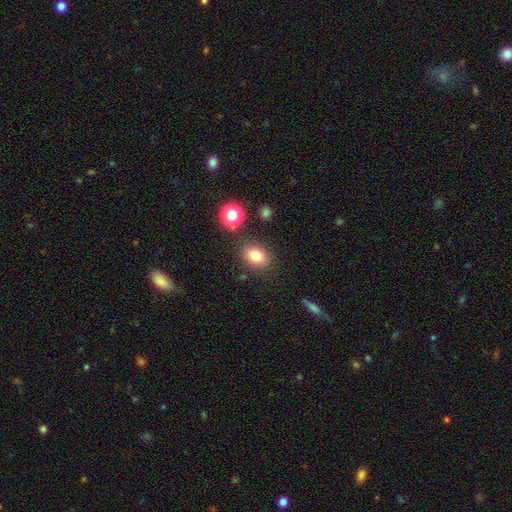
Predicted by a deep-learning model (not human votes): A smooth galaxy with no disk features (80%) that is in between round and cigar-shaped (60%).

Vote fractions:
- Smooth or featured? smooth: 80% / star or artifact: 12% / featured or disk: 8%
- How rounded? in between: 60% / round: 39% / cigar-shaped: 1%
- Merging? none: 82% / minor disturbance: 10% / merger: 4% / major disturbance: 4%